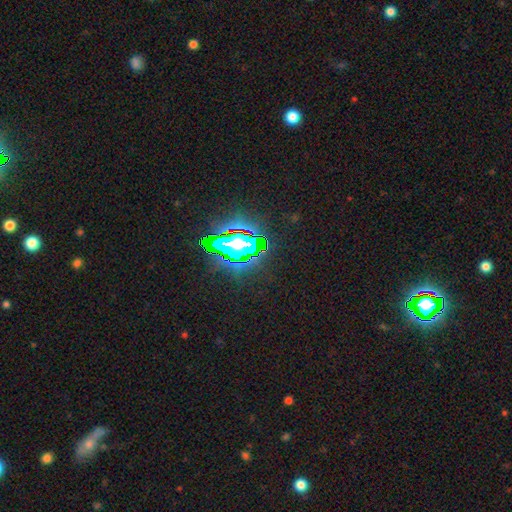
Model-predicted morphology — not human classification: Smooth or featured? star or artifact (80%)